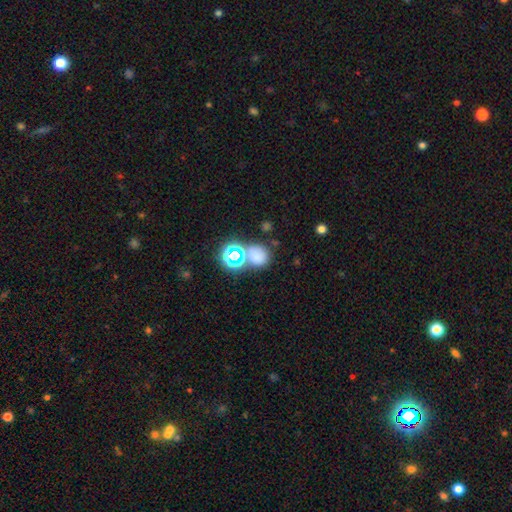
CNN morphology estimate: The model was most divided on "smooth or featured": smooth: 63%, star or artifact: 29%, featured or disk: 8%. More confident: how rounded — round (74%); merging — none (58%).